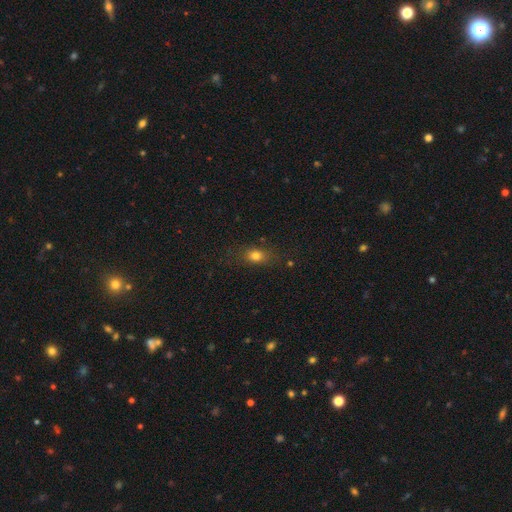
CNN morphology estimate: smooth 77%, star or artifact 13%, featured or disk 10%. Down the decision tree: how rounded — in between (60%); merging — none (76%).